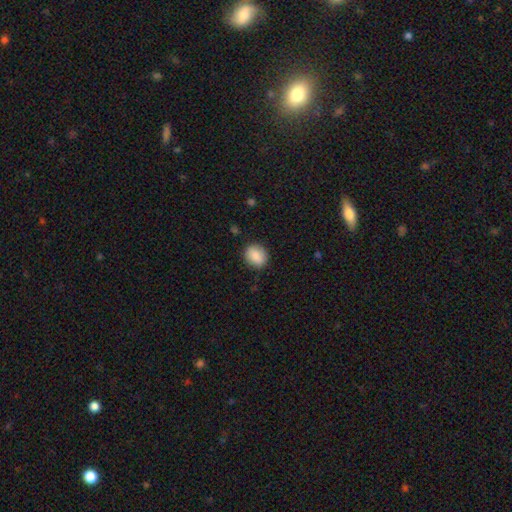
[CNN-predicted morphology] This appears to be a smooth galaxy with no disk features (87%) that is round (62%). Merging: none (87%).